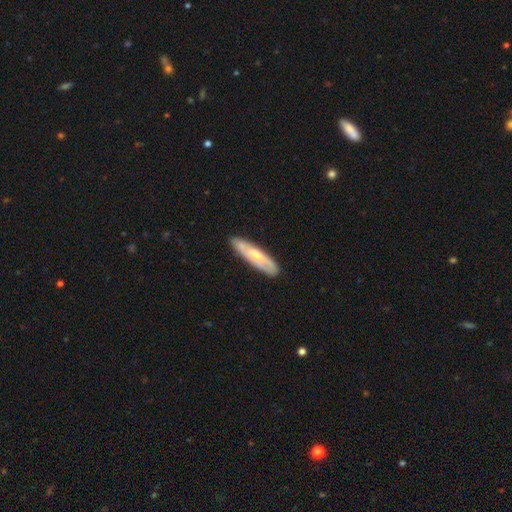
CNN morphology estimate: Q: Smooth or featured?
A: featured or disk (47%); tied with: smooth (47%)
Q: Merging?
A: none (85%); runner-up: minor disturbance (12%)